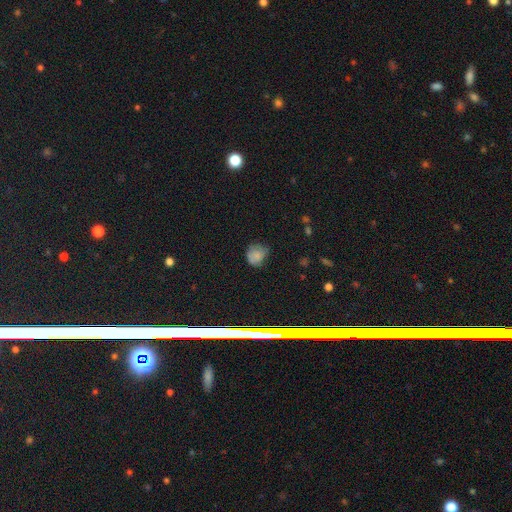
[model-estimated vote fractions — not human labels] A smooth galaxy with no disk features (75%) that is round (70%). Merging: none (58%).